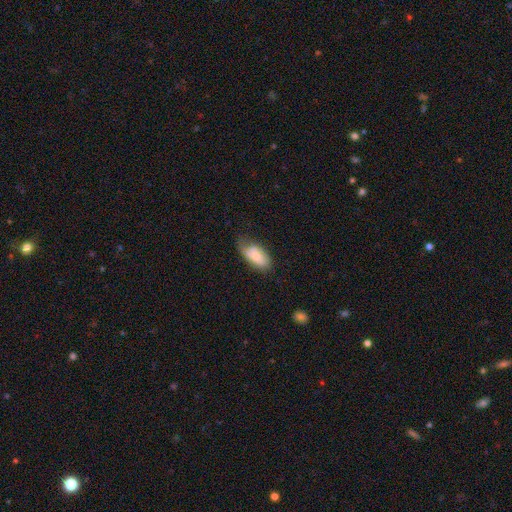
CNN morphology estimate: This is likely a smooth galaxy (69%). How rounded: clearly in between (91%). Merging: possibly none (47%).